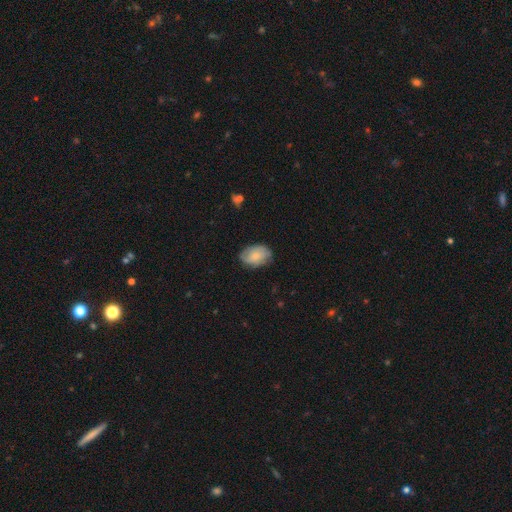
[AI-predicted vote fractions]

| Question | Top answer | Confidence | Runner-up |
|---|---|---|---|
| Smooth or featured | smooth | 62% | featured or disk (31%) |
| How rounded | in between | 83% | round (16%) |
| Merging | none | 72% | minor disturbance (22%) |